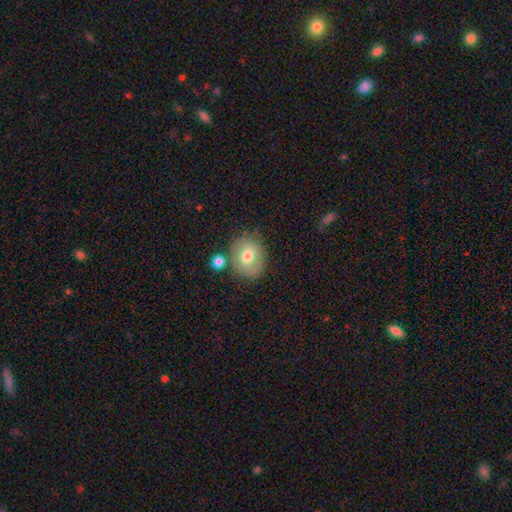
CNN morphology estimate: smooth 58%, featured or disk 25%, star or artifact 16%. Down the decision tree: how rounded — round (73%); merging — none (80%).